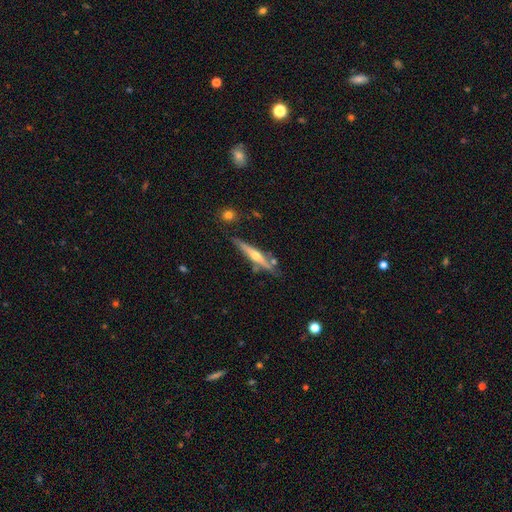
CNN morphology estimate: Smooth or featured?
  - featured or disk: 69% *
  - smooth: 25%
  - star or artifact: 6%
Edge-on disk?
  - yes: 96% *
  - no: 4%
Edge-on bulge?
  - rounded: 88% *
  - none: 8%
  - boxy: 4%
Merging?
  - none: 76% *
  - minor disturbance: 15%
  - merger: 6%
  - major disturbance: 3%